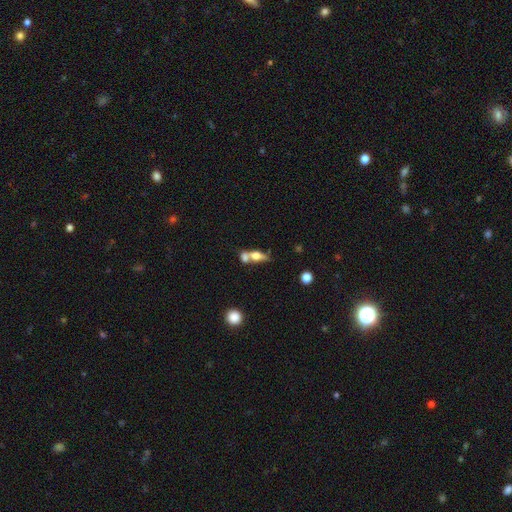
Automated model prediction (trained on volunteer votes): Smooth or featured? smooth (51%)
How rounded? in between (57%)
Merging? merger (54%)